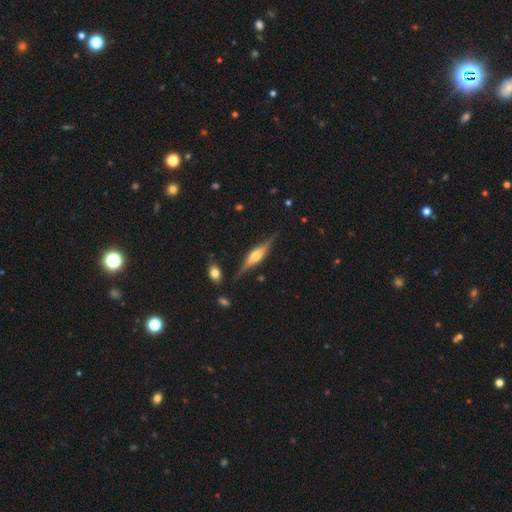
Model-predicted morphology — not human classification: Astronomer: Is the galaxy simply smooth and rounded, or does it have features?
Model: featured or disk — 76%.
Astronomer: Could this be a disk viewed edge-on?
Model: yes — 97%.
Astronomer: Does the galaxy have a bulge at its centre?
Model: rounded — 87%.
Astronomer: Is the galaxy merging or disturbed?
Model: none — 84%.